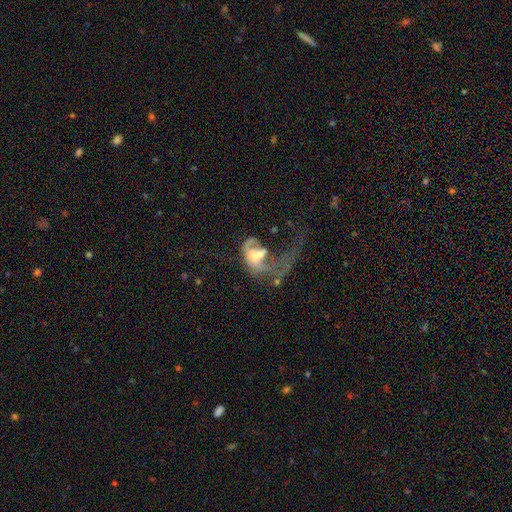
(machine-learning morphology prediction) featured or disk 64%, smooth 26%, star or artifact 10%. Down the decision tree: edge-on disk — no (96%); bar — no (72%); spiral arms — no (50%, tied with yes); bulge size — moderate (45%); merging — major disturbance (52%).